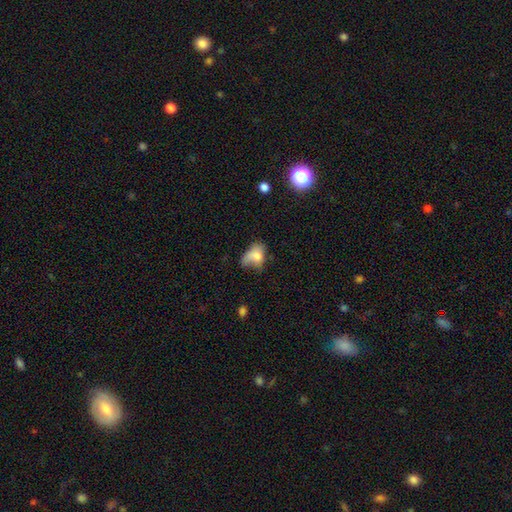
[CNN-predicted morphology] Smooth or featured?
  - smooth: 71% *
  - featured or disk: 19%
  - star or artifact: 10%
How rounded?
  - in between: 78% *
  - round: 20%
  - cigar-shaped: 2%
Merging?
  - major disturbance: 33% *
  - minor disturbance: 32%
  - none: 26%
  - merger: 9%